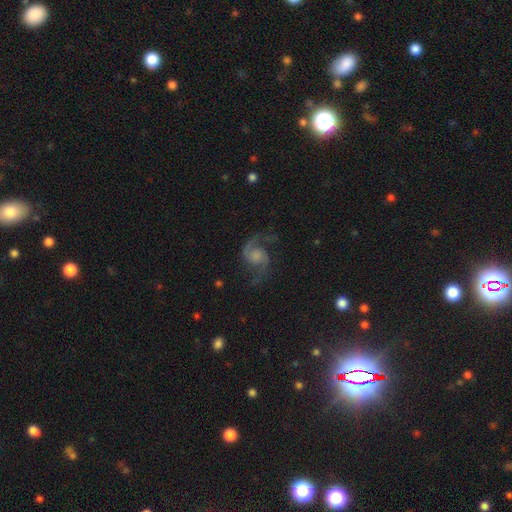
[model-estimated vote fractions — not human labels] The model was most divided on "bulge size": none: 30%, moderate: 26%, small: 23%, large: 18%, dominant: 3%. Remaining: edge-on disk — no (98%); spiral arms — yes (98%); spiral arm count — 2 (94%); smooth or featured — featured or disk (88%); merging — none (75%); bar — no (66%); spiral winding — loose (49%).